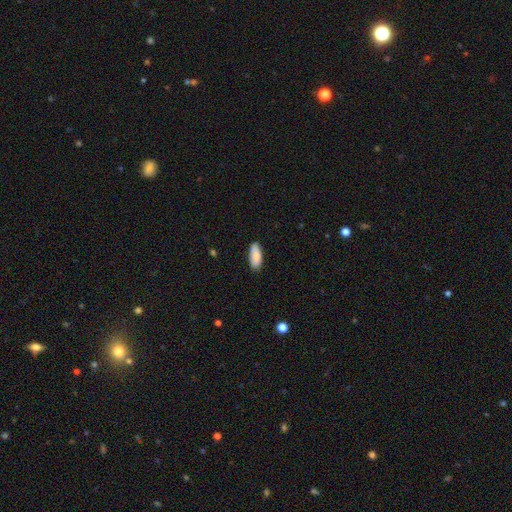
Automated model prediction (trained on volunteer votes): This appears to be a smooth galaxy with no disk features (87%) that is in between round and cigar-shaped (78%). Merging: none (87%).